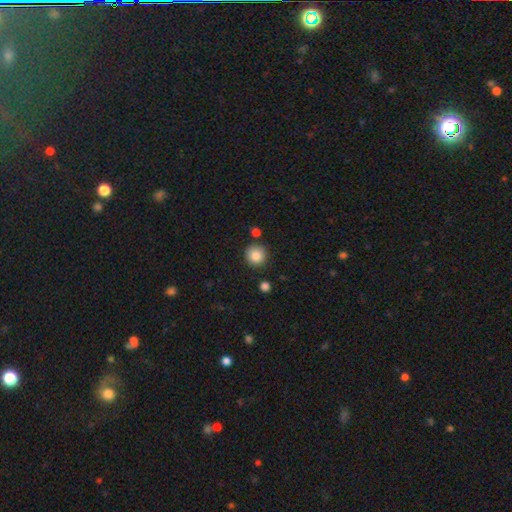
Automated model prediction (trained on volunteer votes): Smooth or featured?
  - smooth: 86% *
  - star or artifact: 9%
  - featured or disk: 5%
How rounded?
  - round: 94% *
  - in between: 5%
  - cigar-shaped: 1%
Merging?
  - none: 84% *
  - minor disturbance: 8%
  - merger: 5%
  - major disturbance: 3%